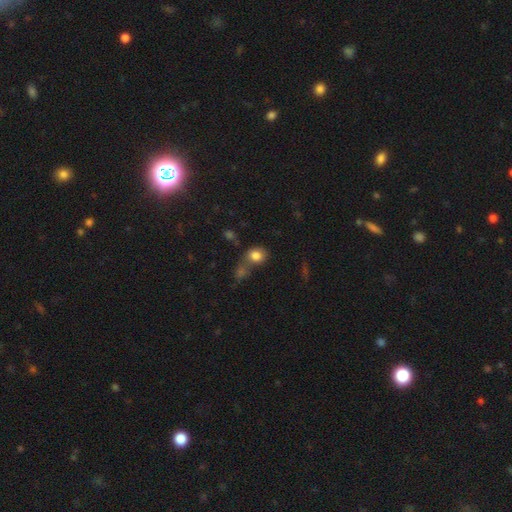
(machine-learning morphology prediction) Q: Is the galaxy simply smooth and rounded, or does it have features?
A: smooth — 81%.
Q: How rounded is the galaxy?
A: round — 56%.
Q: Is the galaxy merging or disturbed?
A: none — 44%.